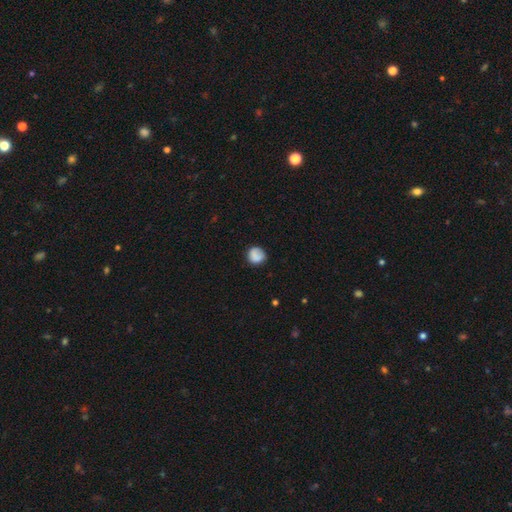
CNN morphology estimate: This is likely a smooth galaxy (79%). How rounded: clearly round (87%). Merging: likely none (75%).